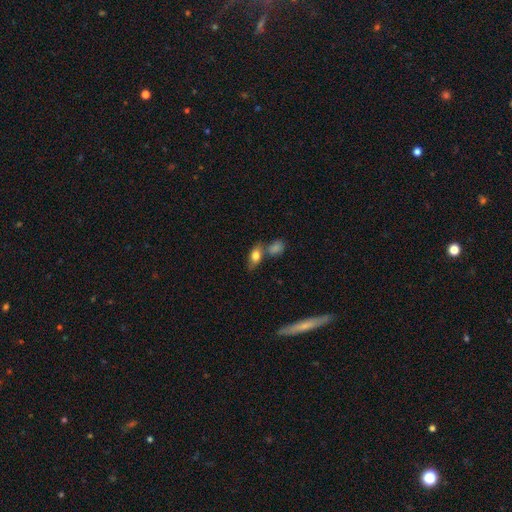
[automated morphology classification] A smooth galaxy with no disk features (76%) that is in between round and cigar-shaped (80%). Merging: none (54%).